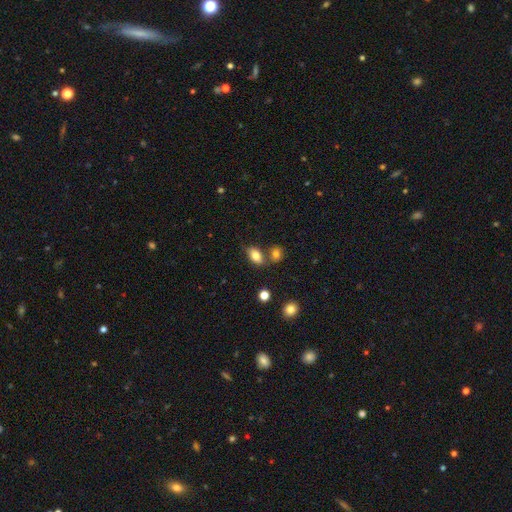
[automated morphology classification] smooth 80%, featured or disk 11%, star or artifact 9%. Down the decision tree: how rounded — in between (87%); merging — none (63%).